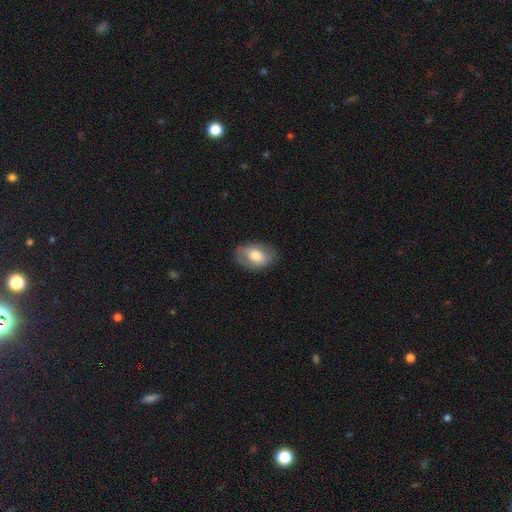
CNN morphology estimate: Smooth or featured: smooth — 66% (featured or disk — 27%)
How rounded: in between — 84% (round — 14%)
Merging: none — 80% (minor disturbance — 15%)